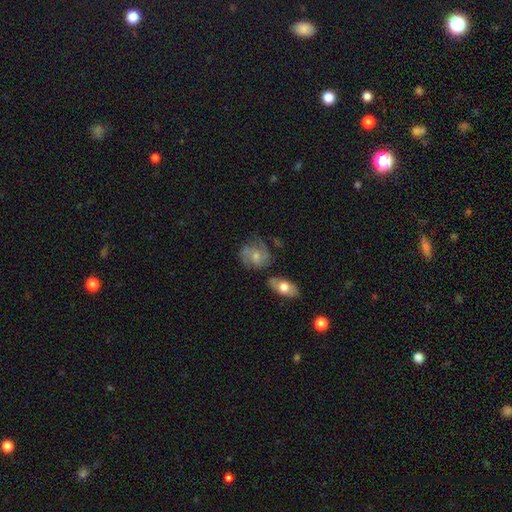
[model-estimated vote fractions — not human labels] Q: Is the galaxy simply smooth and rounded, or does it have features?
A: featured or disk — 62%.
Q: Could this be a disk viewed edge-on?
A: no — 97%.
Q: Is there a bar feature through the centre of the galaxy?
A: no — 72%.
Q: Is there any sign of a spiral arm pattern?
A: yes — 83%.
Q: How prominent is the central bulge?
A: moderate — 52%.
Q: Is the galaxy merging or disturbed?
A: none — 58%.